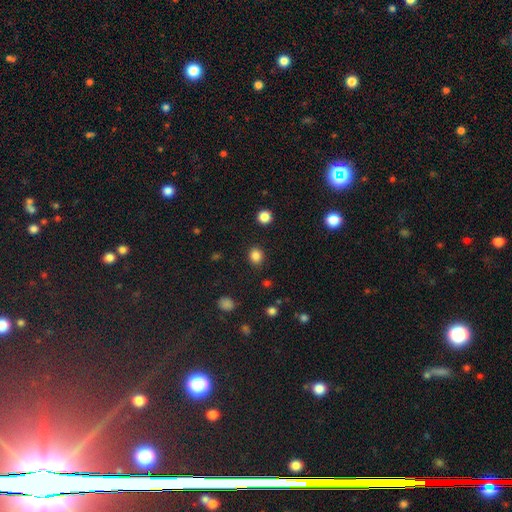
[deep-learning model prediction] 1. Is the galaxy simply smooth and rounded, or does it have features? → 84% smooth, 12% star or artifact, 4% featured or disk.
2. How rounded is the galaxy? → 71% round, 28% in between, 1% cigar-shaped.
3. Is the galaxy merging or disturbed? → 88% none, 8% minor disturbance, 3% major disturbance, 2% merger.